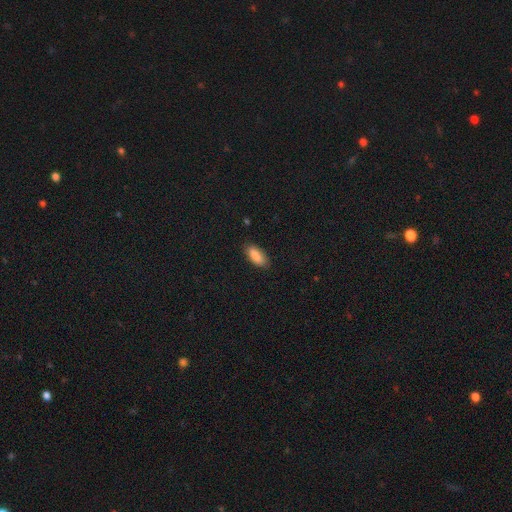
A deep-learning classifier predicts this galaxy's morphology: type=smooth (88%); roundness=in between (81%); merging=none (85%).